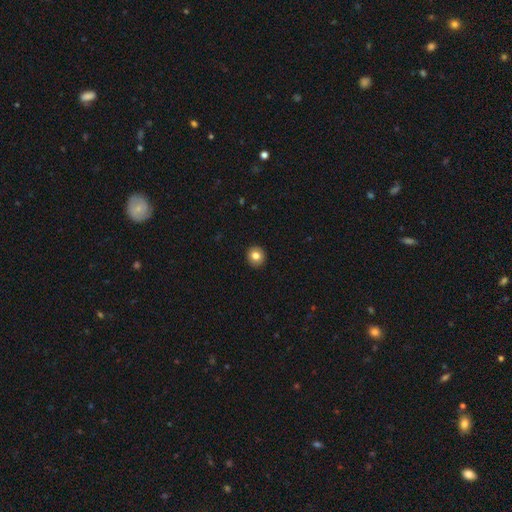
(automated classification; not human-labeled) This is clearly a smooth galaxy (81%). How rounded: clearly round (92%). Merging: clearly none (92%).